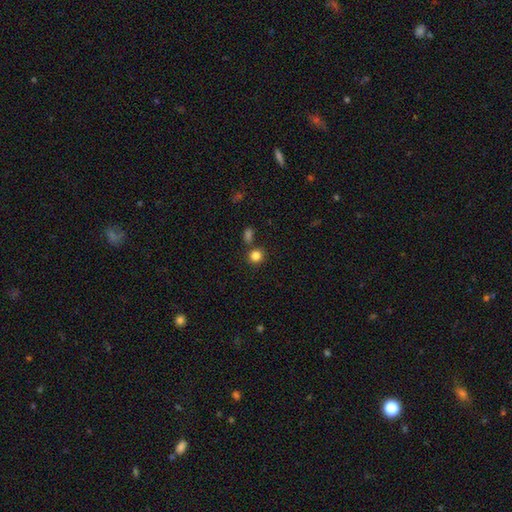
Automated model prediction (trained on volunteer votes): The model was most divided on "merging": none: 78%, merger: 11%, minor disturbance: 9%, major disturbance: 3%. More confident: how rounded — round (88%); smooth or featured — smooth (84%).